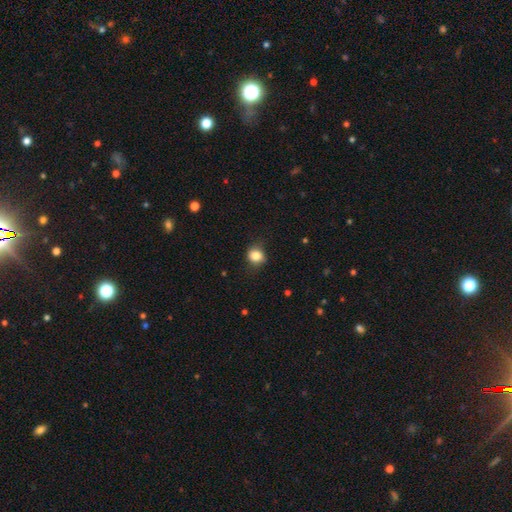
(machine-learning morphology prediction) smooth_or_featured: smooth (p=0.82) [alt: star or artifact p=0.10]
how_rounded: round (p=0.70) [alt: in between p=0.29]
merging: none (p=0.75) [alt: minor disturbance p=0.19]